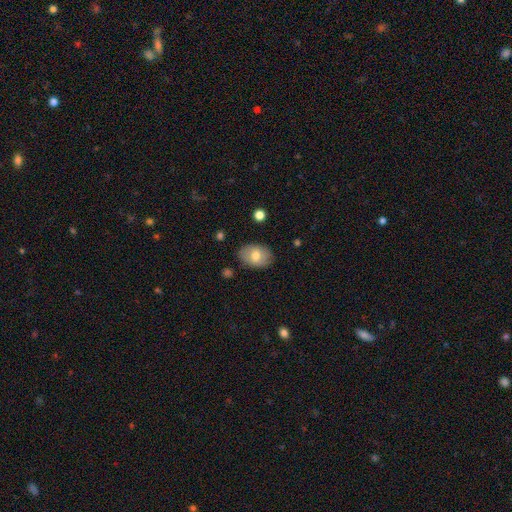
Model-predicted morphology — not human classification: A smooth galaxy with no disk features (71%) that is in between round and cigar-shaped (82%).

Vote fractions:
- Smooth or featured? smooth: 71% / featured or disk: 22% / star or artifact: 7%
- How rounded? in between: 82% / round: 17% / cigar-shaped: 1%
- Merging? none: 84% / minor disturbance: 12% / major disturbance: 3% / merger: 1%